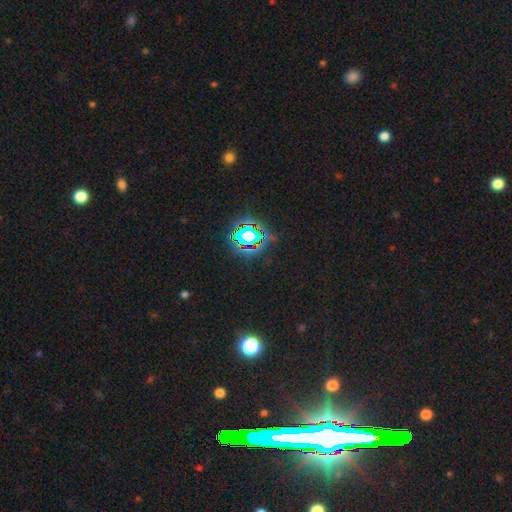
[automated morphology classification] This appears to be a star or artifact, not a galaxy (77%).